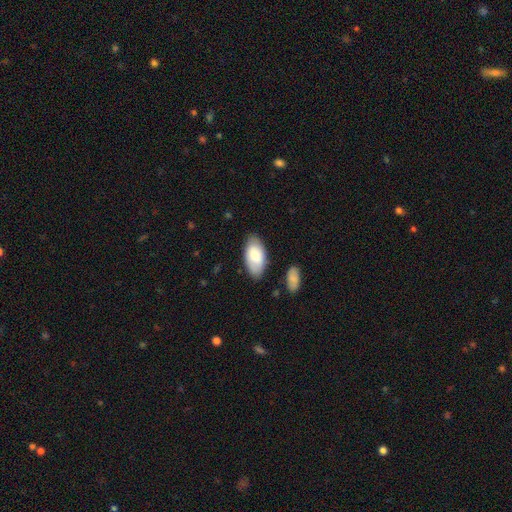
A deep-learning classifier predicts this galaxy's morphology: smooth_or_featured: smooth (p=0.79) [alt: featured or disk p=0.16]
how_rounded: in between (p=0.95) [alt: cigar-shaped p=0.03]
merging: none (p=0.79) [alt: minor disturbance p=0.15]